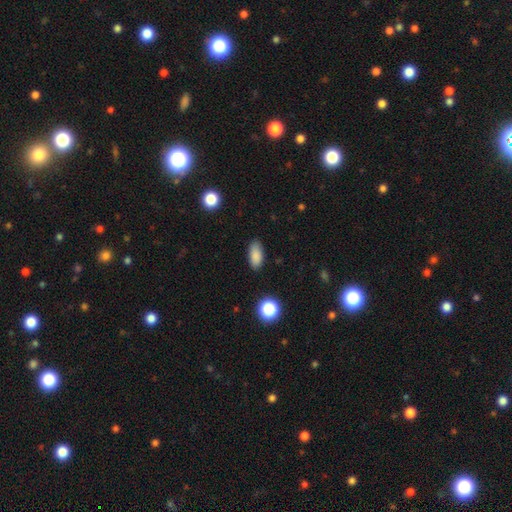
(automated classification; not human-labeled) This is clearly a smooth galaxy (87%). How rounded: clearly in between (88%). Merging: clearly none (86%).